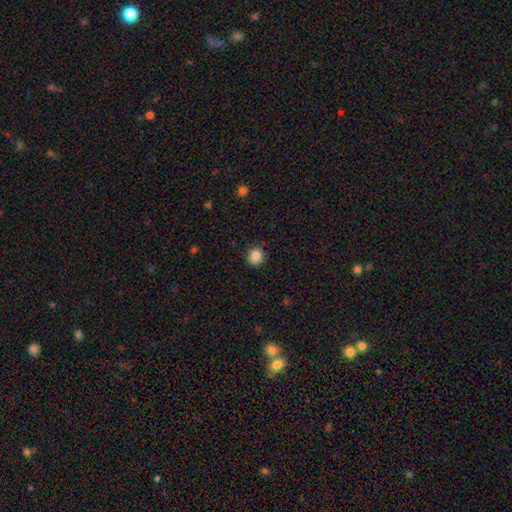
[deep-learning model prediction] smooth 85%, star or artifact 10%, featured or disk 4%. Down the decision tree: how rounded — round (90%); merging — none (89%).